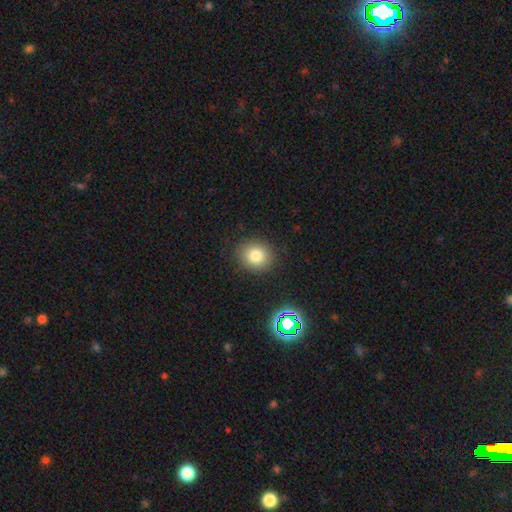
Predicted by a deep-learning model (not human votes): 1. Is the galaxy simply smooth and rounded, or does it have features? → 79% smooth, 13% star or artifact, 8% featured or disk.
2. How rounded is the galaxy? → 80% round, 19% in between, 1% cigar-shaped.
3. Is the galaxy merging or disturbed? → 88% none, 8% minor disturbance, 3% major disturbance, 2% merger.